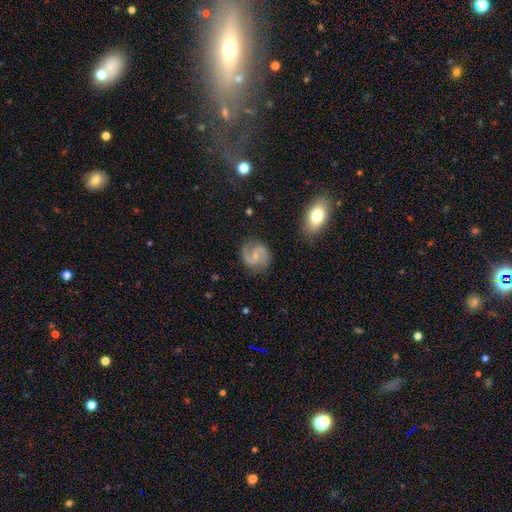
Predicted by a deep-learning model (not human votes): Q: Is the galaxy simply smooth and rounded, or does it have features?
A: featured or disk — 84%.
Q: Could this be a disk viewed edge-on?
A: no — 98%.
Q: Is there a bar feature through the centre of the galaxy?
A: weak — 45%.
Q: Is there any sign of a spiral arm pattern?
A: yes — 97%.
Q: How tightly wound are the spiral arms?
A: medium — 57%.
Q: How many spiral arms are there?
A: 2 — 92%.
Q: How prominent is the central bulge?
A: small — 64%.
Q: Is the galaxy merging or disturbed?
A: none — 80%.